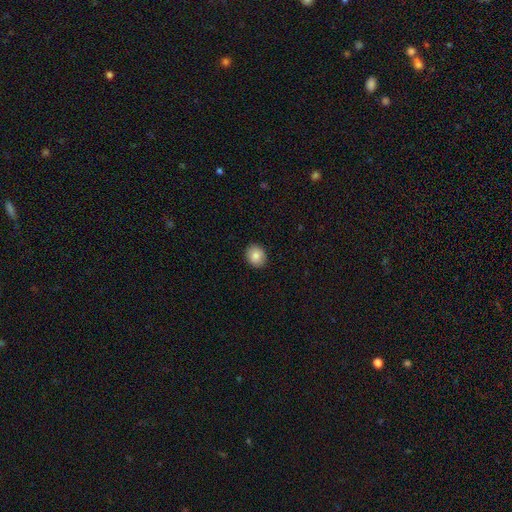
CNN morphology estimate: This is clearly a smooth galaxy (85%). How rounded: likely round (69%). Merging: clearly none (90%).